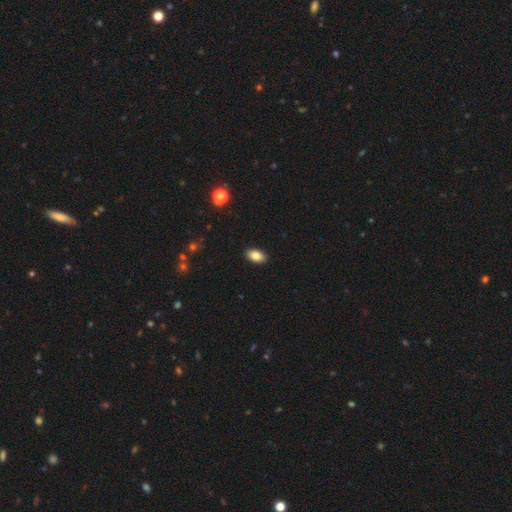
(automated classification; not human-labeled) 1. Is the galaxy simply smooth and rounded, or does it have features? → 85% smooth, 8% star or artifact, 7% featured or disk.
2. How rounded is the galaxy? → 92% in between, 6% round, 2% cigar-shaped.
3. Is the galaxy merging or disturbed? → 90% none, 7% minor disturbance, 2% major disturbance, 1% merger.